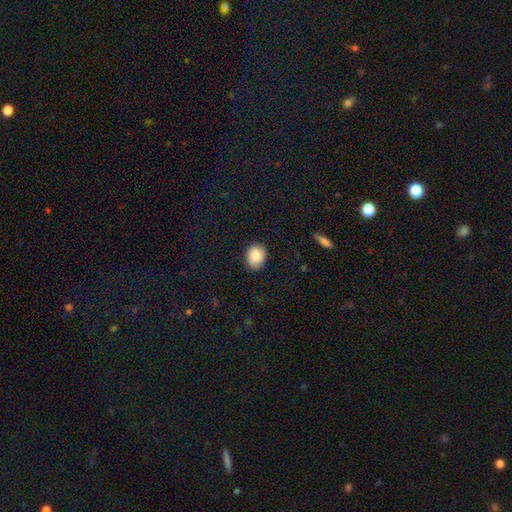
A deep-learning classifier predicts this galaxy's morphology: smooth 82%, featured or disk 10%, star or artifact 8%. Down the decision tree: how rounded — in between (59%); merging — none (81%).